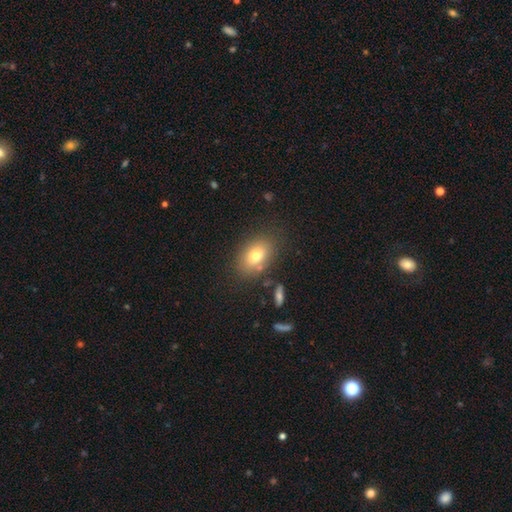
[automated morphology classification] A smooth galaxy with no disk features (75%) that is in between round and cigar-shaped (78%). Merging: none (77%).